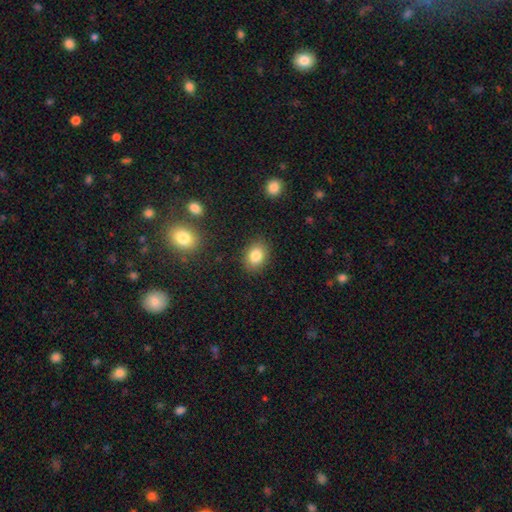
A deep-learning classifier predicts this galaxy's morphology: Smooth or featured? smooth (83%)
How rounded? in between (65%)
Merging? none (87%)